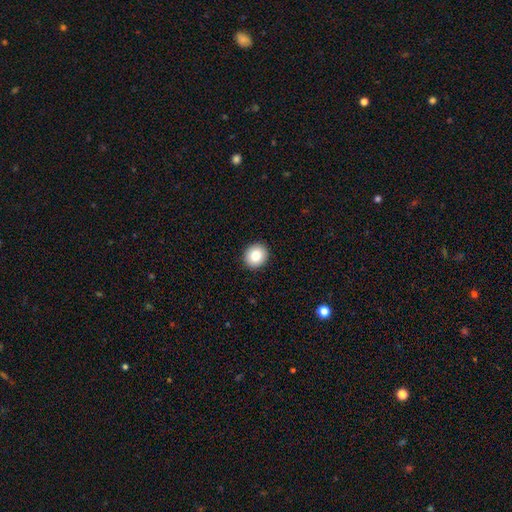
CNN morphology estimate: type=smooth (84%); roundness=round (76%); merging=none (92%).